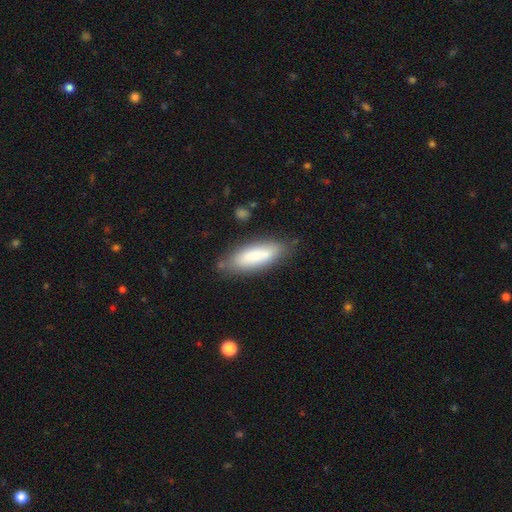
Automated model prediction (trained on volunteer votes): Smooth or featured? Predicted: smooth (p=0.80). How rounded? Predicted: in between (p=0.57). Merging? Predicted: none (p=0.76).